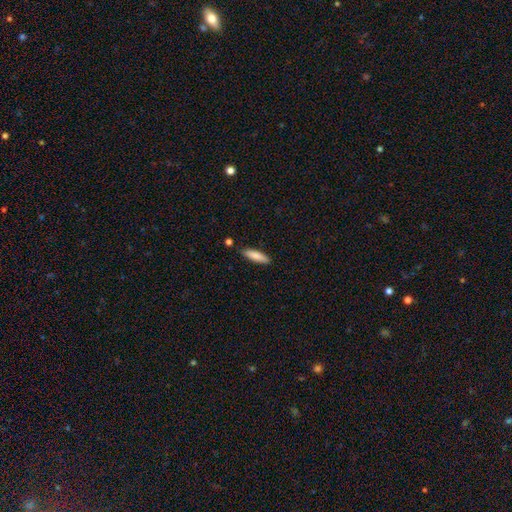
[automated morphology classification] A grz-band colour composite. It shows a smooth galaxy with no disk features (84%) that is cigar-shaped (65%). Merging: none (86%).